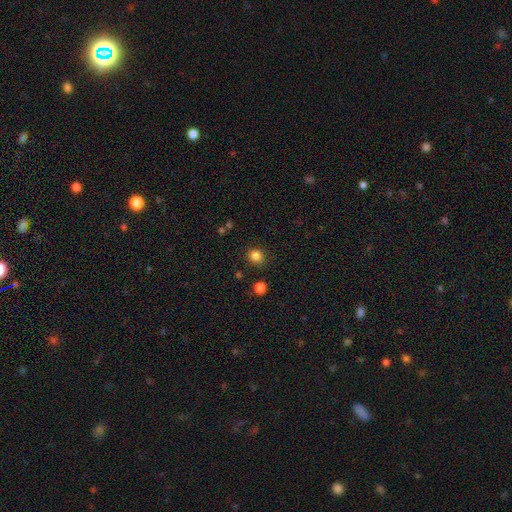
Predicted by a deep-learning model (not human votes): A smooth galaxy with no disk features (83%) that is round (83%). Merging: none (86%).